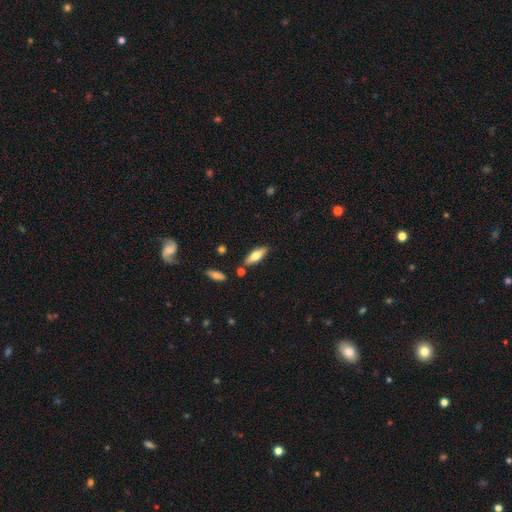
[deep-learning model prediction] Smooth or featured? smooth (63%)
How rounded? in between (52%)
Merging? none (82%)